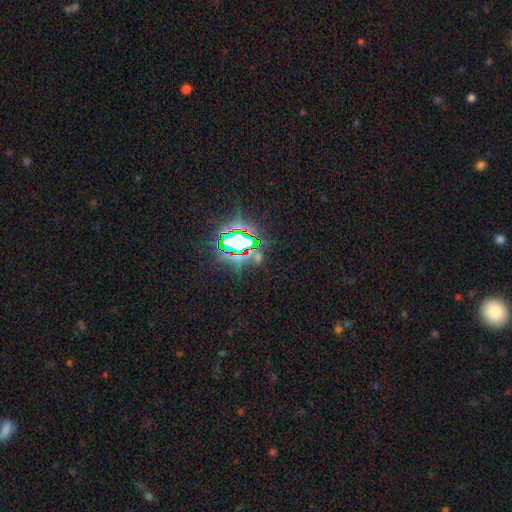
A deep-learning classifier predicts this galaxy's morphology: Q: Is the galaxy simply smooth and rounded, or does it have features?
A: star or artifact — 80%.